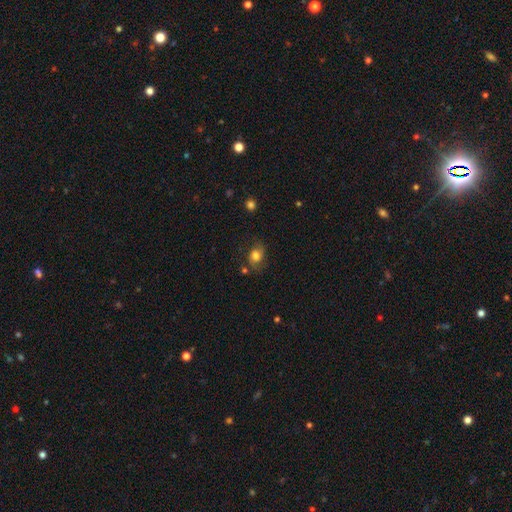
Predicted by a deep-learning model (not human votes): This is likely a smooth galaxy (71%). How rounded: possibly in between (53%). Merging: likely none (65%).